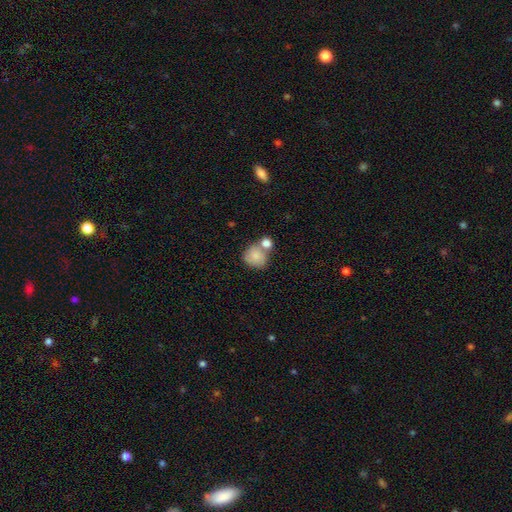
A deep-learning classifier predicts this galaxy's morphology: A smooth galaxy with no disk features (82%) that is round (79%).

Vote fractions:
- Smooth or featured? smooth: 82% / featured or disk: 11% / star or artifact: 7%
- How rounded? round: 79% / in between: 20% / cigar-shaped: 1%
- Merging? none: 42% / merger: 41% / minor disturbance: 12% / major disturbance: 5%